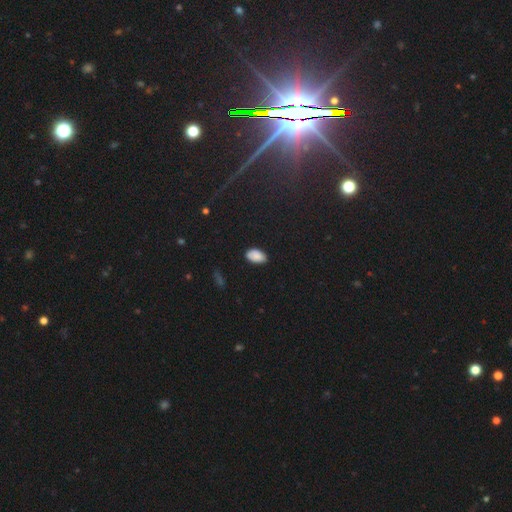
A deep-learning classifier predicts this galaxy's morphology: type=smooth (86%); roundness=in between (94%); merging=none (78%).